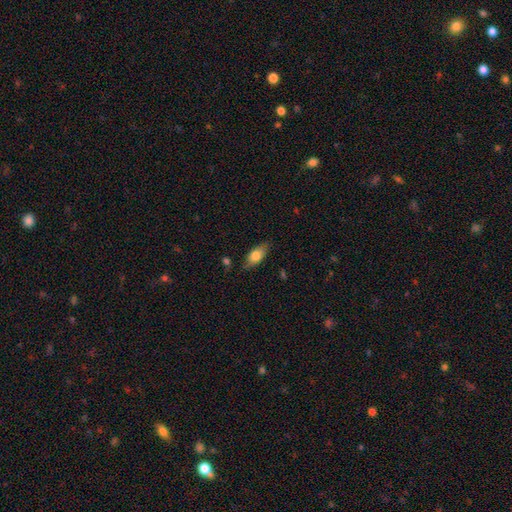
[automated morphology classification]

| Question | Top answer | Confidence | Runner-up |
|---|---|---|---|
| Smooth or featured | smooth | 72% | featured or disk (22%) |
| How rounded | in between | 81% | cigar-shaped (15%) |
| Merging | none | 74% | minor disturbance (20%) |